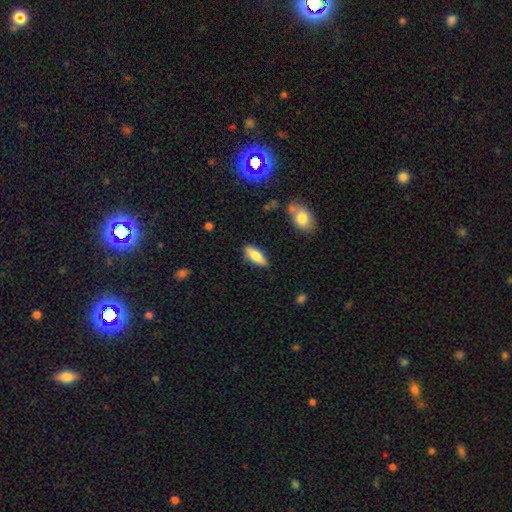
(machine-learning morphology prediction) The model was most divided on "how rounded": in between: 65%, cigar-shaped: 33%, round: 2%. More confident: merging — none (83%); smooth or featured — smooth (69%).